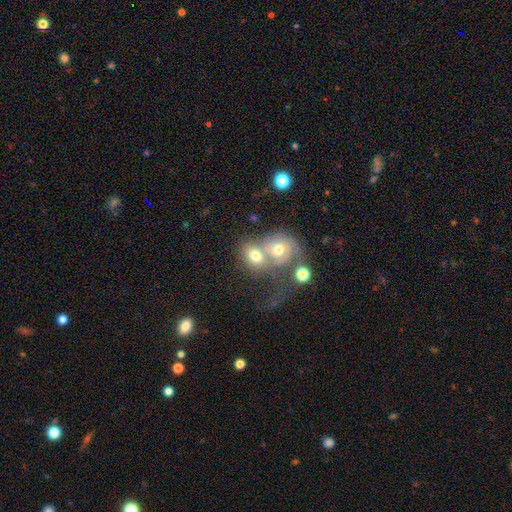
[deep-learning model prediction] Smooth or featured? smooth (57%)
How rounded? round (55%)
Merging? merger (63%)